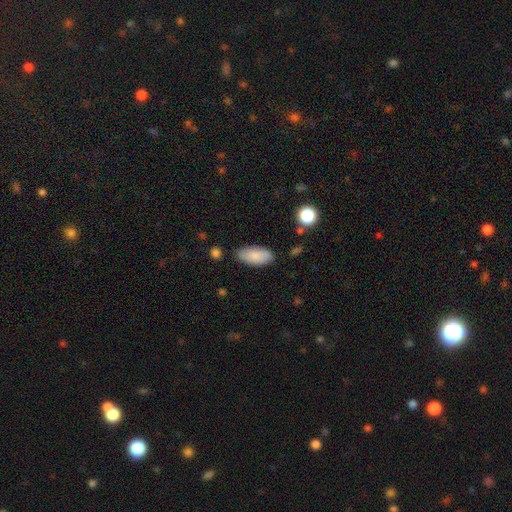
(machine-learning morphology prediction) The model was most divided on "merging": none: 82%, minor disturbance: 13%, major disturbance: 3%, merger: 2%. More confident: how rounded — in between (91%); smooth or featured — smooth (84%).